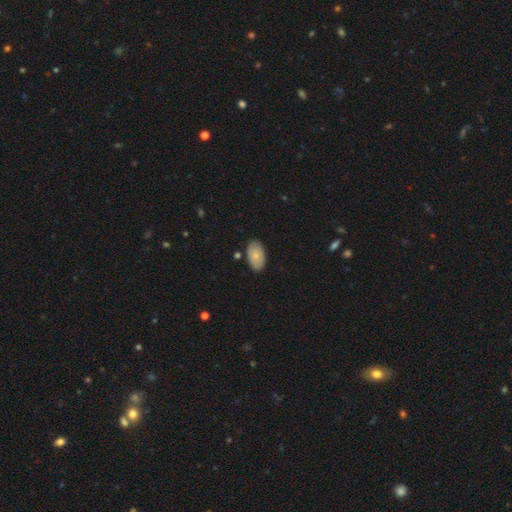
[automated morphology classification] smooth 75%, featured or disk 19%, star or artifact 6%. Down the decision tree: how rounded — in between (94%); merging — none (83%).